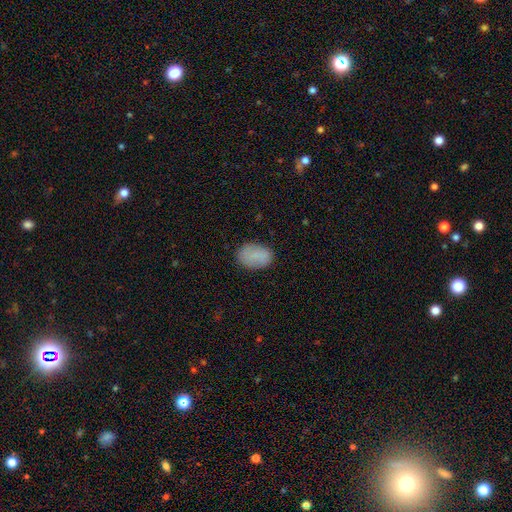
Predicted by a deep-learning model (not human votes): Smooth or featured? smooth (82%)
How rounded? in between (85%)
Merging? none (81%)